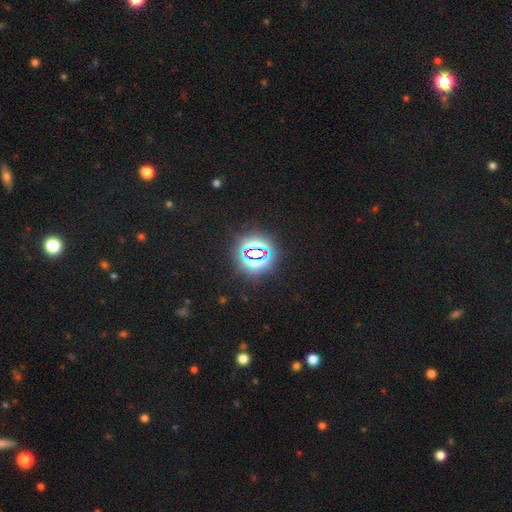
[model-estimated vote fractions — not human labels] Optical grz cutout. It shows a star or artifact, not a galaxy (76%).